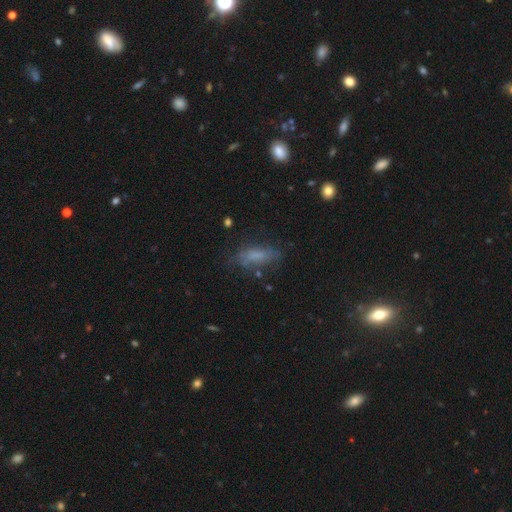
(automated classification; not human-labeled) Overall: smooth (63%; featured or disk 24%). How rounded: in between (64%; cigar-shaped 33%). Merging: none (62%; minor disturbance 24%).